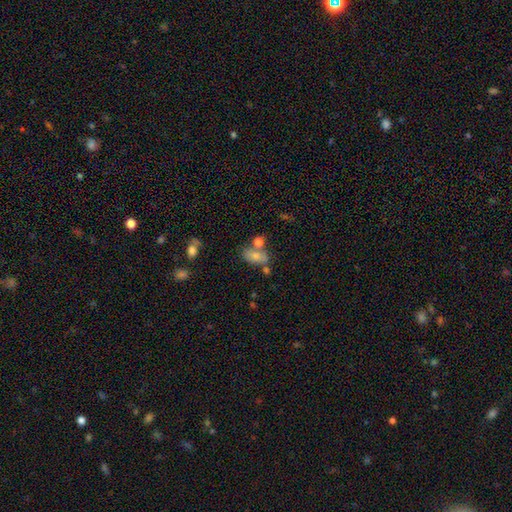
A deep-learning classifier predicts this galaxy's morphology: type=smooth (71%); roundness=in between (85%); merging=none (45%).